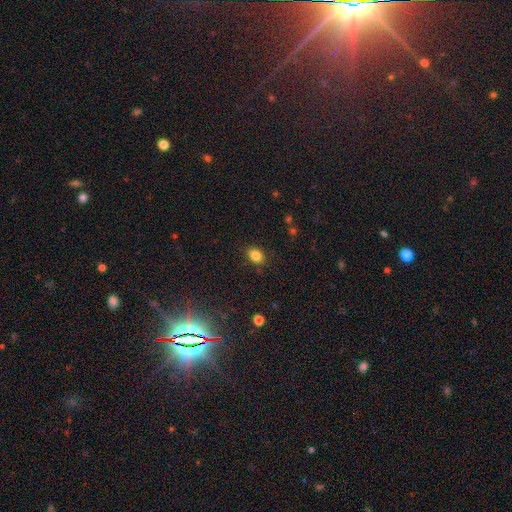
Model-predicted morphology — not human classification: A smooth galaxy with no disk features (83%) that is in between round and cigar-shaped (70%).

Vote fractions:
- Smooth or featured? smooth: 83% / star or artifact: 11% / featured or disk: 6%
- How rounded? in between: 70% / round: 29% / cigar-shaped: 1%
- Merging? none: 85% / minor disturbance: 11% / major disturbance: 3% / merger: 1%